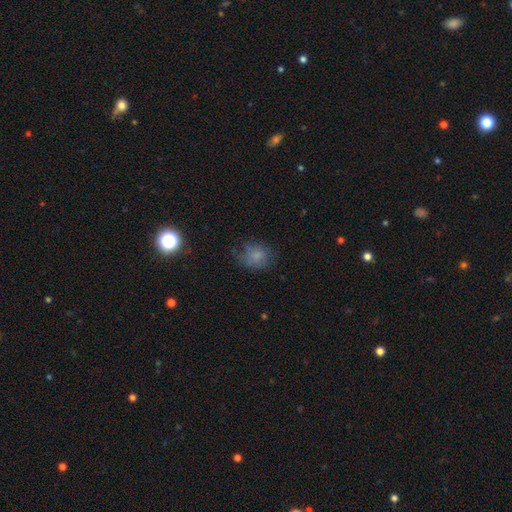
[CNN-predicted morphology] smooth-or-featured: smooth: 73% | featured or disk: 14% | star or artifact: 13%
  how-rounded: round: 59% | in between: 40% | cigar-shaped: 1%
  merging: none: 61% | minor disturbance: 25% | major disturbance: 12% | merger: 2%